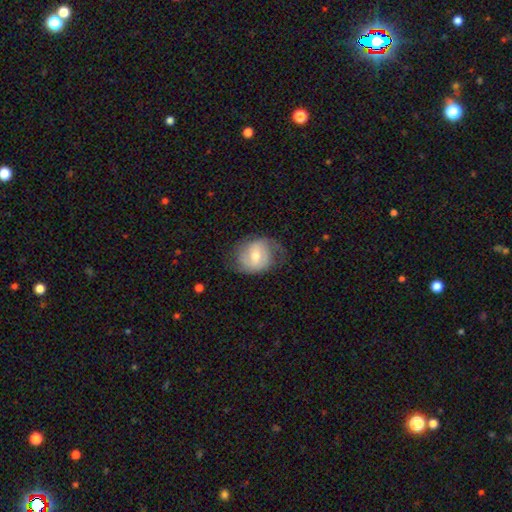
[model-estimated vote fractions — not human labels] featured or disk 53%, smooth 40%, star or artifact 7%. Down the decision tree: edge-on disk — no (96%); bar — weak (48%); spiral arms — yes (78%); bulge size — moderate (60%); merging — none (59%).